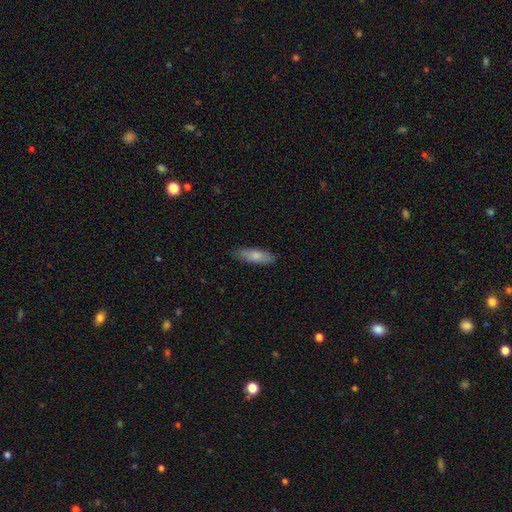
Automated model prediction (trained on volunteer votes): The model was most divided on "how rounded": cigar-shaped: 50%, in between: 48%, round: 2%. More confident: merging — none (82%); smooth or featured — smooth (77%).